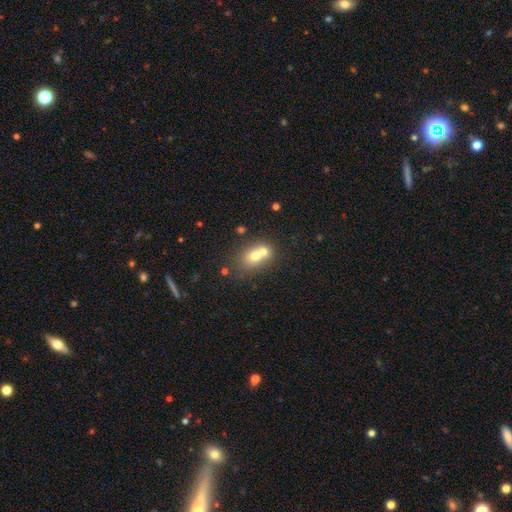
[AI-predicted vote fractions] Smooth or featured? smooth (66%)
How rounded? in between (50%)
Merging? merger (59%)